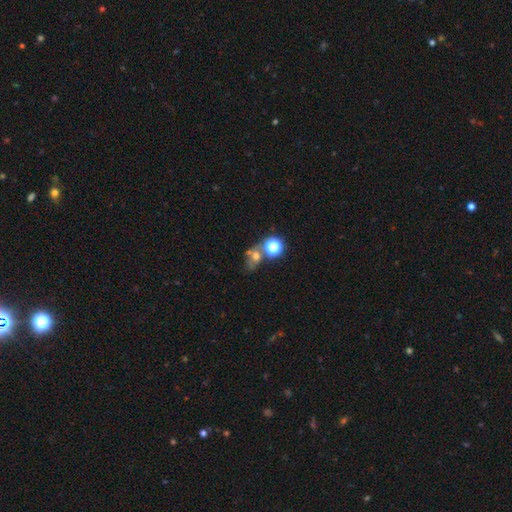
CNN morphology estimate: The model was most divided on "merging": none: 42%, merger: 35%, minor disturbance: 13%, major disturbance: 10%. Remaining: smooth or featured — smooth (48%).